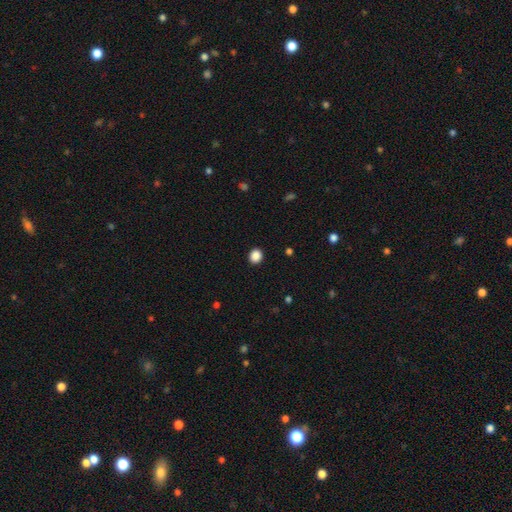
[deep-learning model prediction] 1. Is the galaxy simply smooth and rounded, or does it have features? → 88% smooth, 10% star or artifact, 3% featured or disk.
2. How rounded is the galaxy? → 79% round, 20% in between, 1% cigar-shaped.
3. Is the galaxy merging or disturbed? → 92% none, 5% minor disturbance, 2% major disturbance, 1% merger.